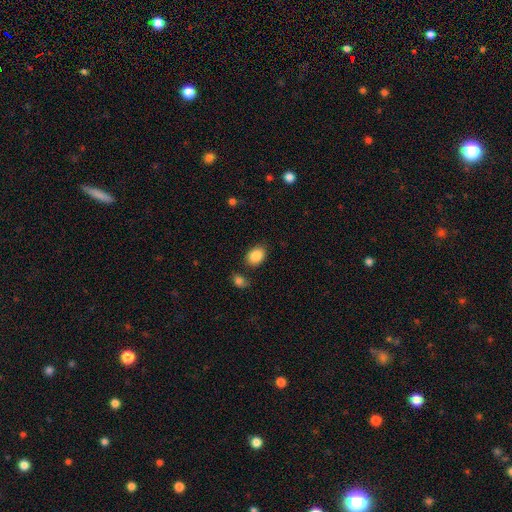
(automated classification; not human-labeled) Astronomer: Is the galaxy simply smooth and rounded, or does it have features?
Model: smooth — 88%.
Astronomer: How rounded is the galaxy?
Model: in between — 67%.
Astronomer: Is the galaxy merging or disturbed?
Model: none — 79%.